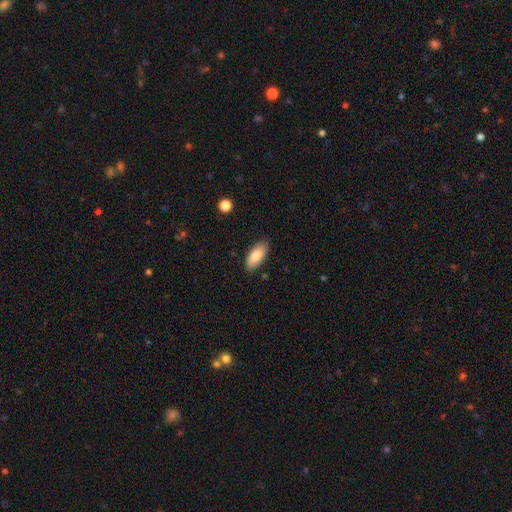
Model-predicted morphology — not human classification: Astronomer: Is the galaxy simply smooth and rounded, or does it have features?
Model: smooth — 81%.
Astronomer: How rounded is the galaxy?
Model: in between — 88%.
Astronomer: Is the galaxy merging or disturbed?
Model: none — 85%.